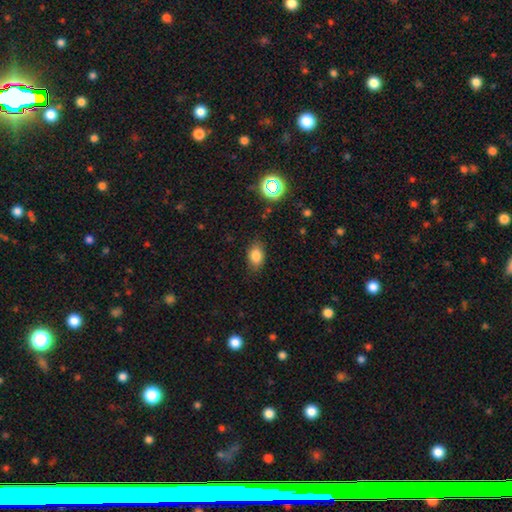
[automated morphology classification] A smooth galaxy with no disk features (82%) that is in between round and cigar-shaped (79%). Merging: none (79%).